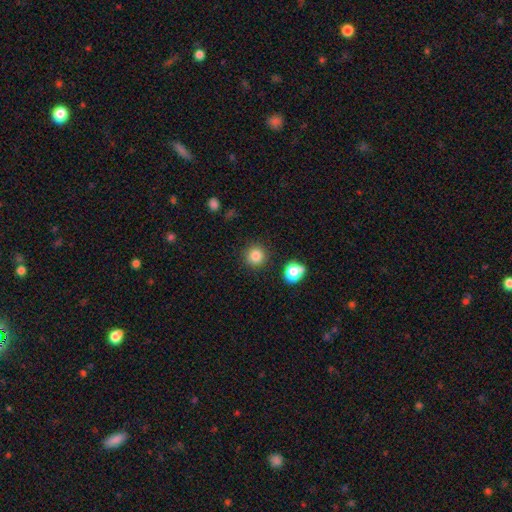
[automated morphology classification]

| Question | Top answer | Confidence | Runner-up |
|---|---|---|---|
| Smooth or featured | smooth | 83% | star or artifact (12%) |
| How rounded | round | 94% | in between (5%) |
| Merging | none | 89% | minor disturbance (6%) |